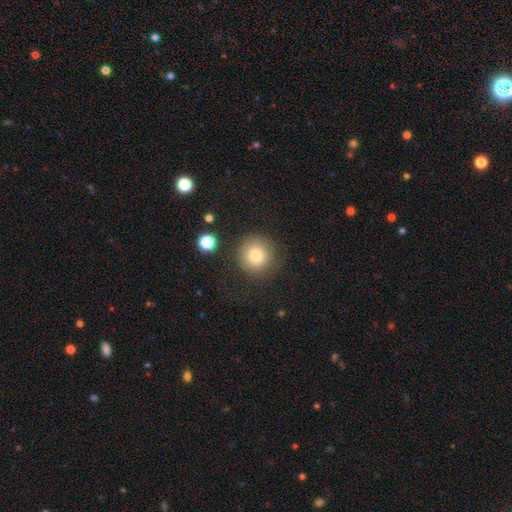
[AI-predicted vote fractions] Smooth or featured?
  - smooth: 80% *
  - star or artifact: 11%
  - featured or disk: 9%
How rounded?
  - round: 94% *
  - in between: 5%
  - cigar-shaped: 1%
Merging?
  - none: 82% *
  - minor disturbance: 11%
  - major disturbance: 5%
  - merger: 3%